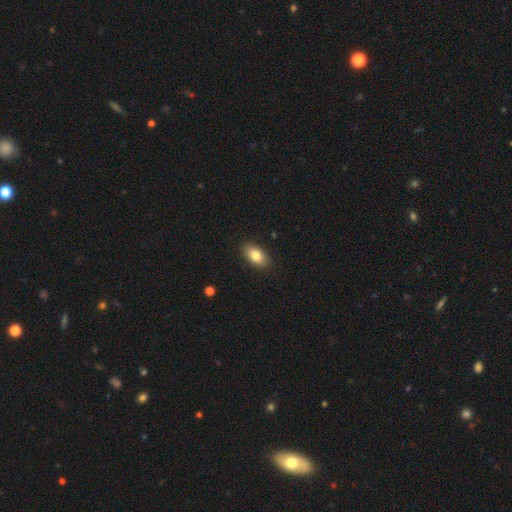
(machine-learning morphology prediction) Smooth or featured: smooth — 83% (featured or disk — 10%)
How rounded: in between — 92% (round — 5%)
Merging: none — 89% (minor disturbance — 8%)